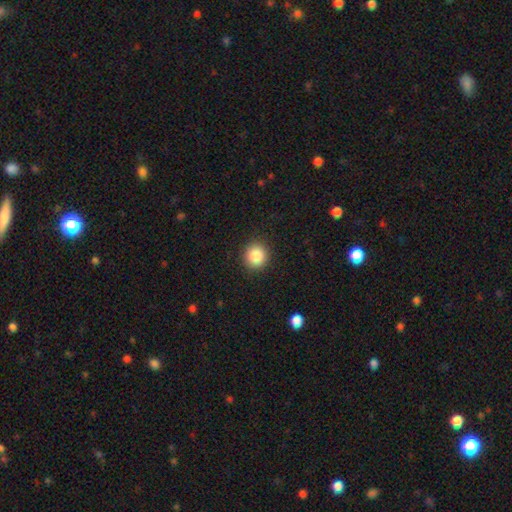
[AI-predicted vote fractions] smooth_or_featured: smooth (p=0.87) [alt: star or artifact p=0.09]
how_rounded: round (p=0.91) [alt: in between p=0.08]
merging: none (p=0.91) [alt: minor disturbance p=0.06]